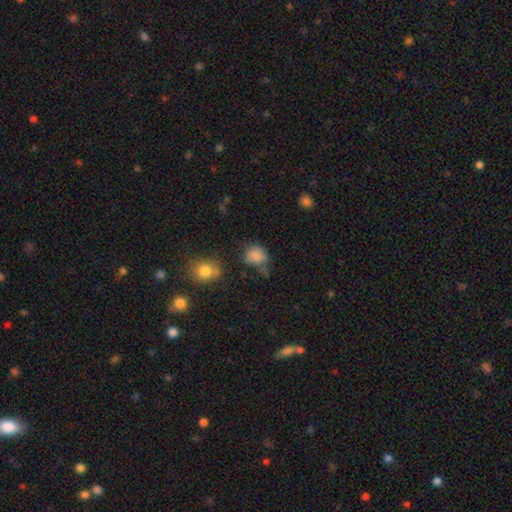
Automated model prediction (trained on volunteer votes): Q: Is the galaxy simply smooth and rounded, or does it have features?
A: smooth — 80%.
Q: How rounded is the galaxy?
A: round — 62%.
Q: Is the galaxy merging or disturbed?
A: none — 47%.